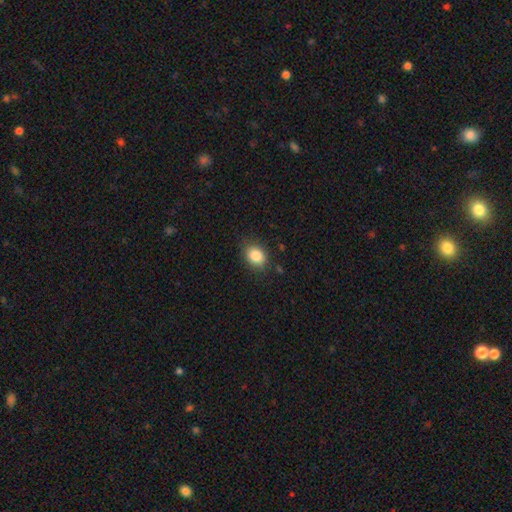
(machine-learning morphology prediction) A smooth galaxy with no disk features (86%) that is in between round and cigar-shaped (60%).

Vote fractions:
- Smooth or featured? smooth: 86% / star or artifact: 9% / featured or disk: 5%
- How rounded? in between: 60% / round: 39% / cigar-shaped: 1%
- Merging? none: 80% / minor disturbance: 15% / major disturbance: 4% / merger: 1%